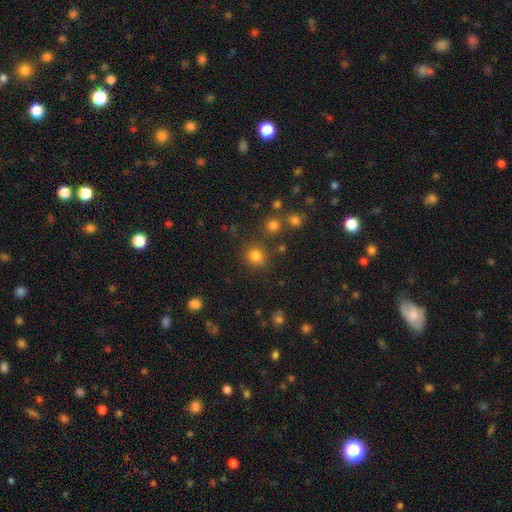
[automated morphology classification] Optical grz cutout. It shows a smooth galaxy with no disk features (80%) that is round (86%). Merging: none (80%).